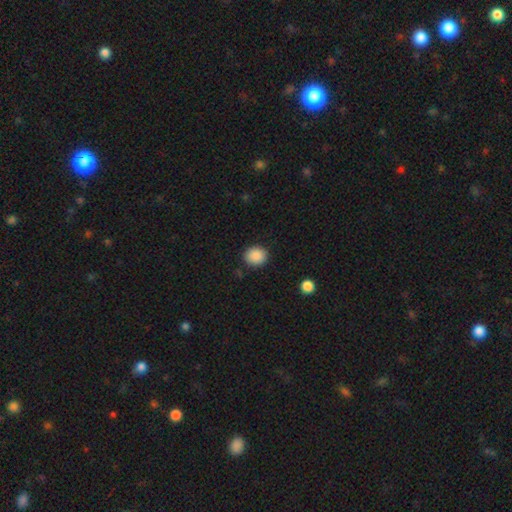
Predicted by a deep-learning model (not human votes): The model was most divided on "how rounded": round: 73%, in between: 26%, cigar-shaped: 1%. More confident: smooth or featured — smooth (88%); merging — none (88%).